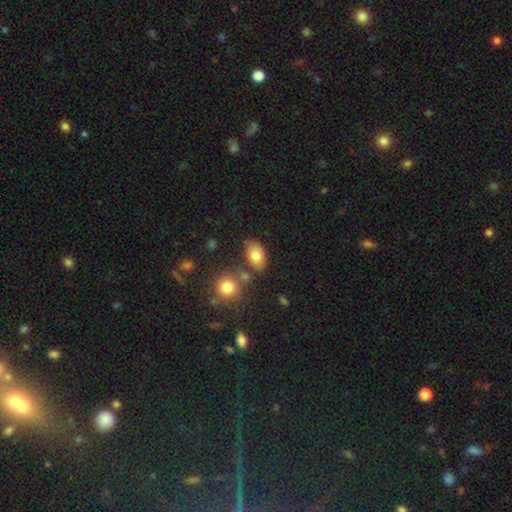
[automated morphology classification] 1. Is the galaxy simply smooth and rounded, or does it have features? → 80% smooth, 11% featured or disk, 9% star or artifact.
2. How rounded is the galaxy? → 87% in between, 11% round, 2% cigar-shaped.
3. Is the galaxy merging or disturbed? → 68% none, 16% minor disturbance, 12% merger, 4% major disturbance.